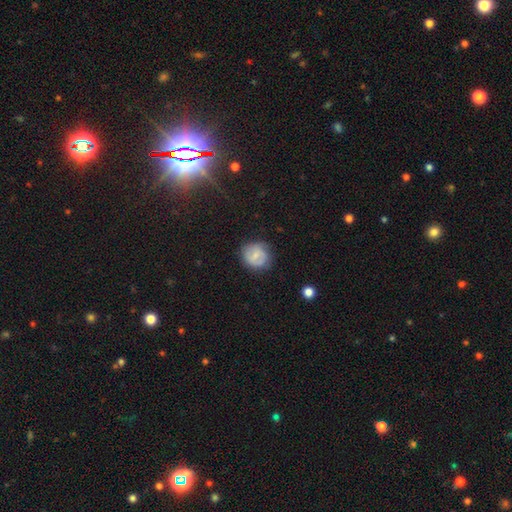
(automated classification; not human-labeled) smooth 57%, featured or disk 34%, star or artifact 8%. Down the decision tree: how rounded — round (82%); merging — none (71%).